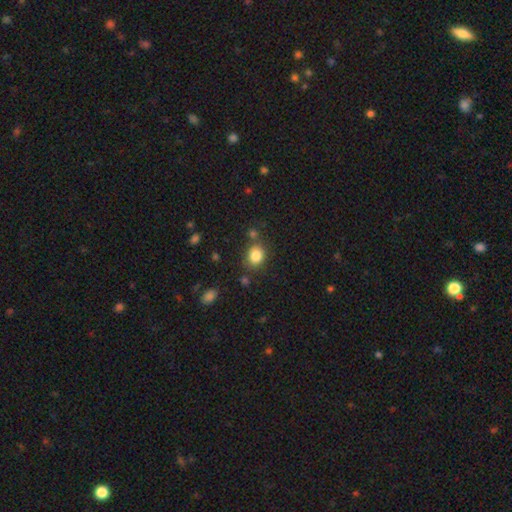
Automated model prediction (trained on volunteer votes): Smooth or featured? smooth (84%)
How rounded? round (67%)
Merging? none (74%)